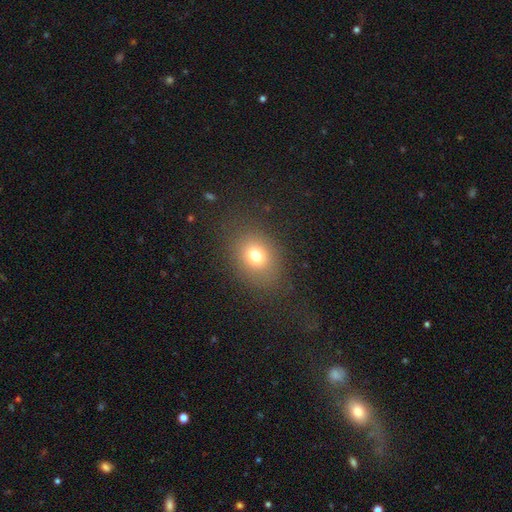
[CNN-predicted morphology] smooth_or_featured: smooth (p=0.73) [alt: star or artifact p=0.15]
how_rounded: in between (p=0.51) [alt: round p=0.48]
merging: none (p=0.80) [alt: minor disturbance p=0.11]